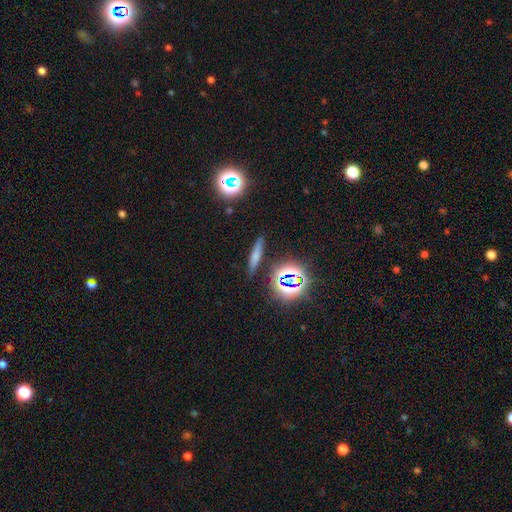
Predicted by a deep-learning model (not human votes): Smooth or featured?
  - smooth: 62% *
  - star or artifact: 19%
  - featured or disk: 19%
How rounded?
  - cigar-shaped: 84% *
  - in between: 11%
  - round: 5%
Merging?
  - none: 85% *
  - minor disturbance: 9%
  - merger: 3%
  - major disturbance: 3%